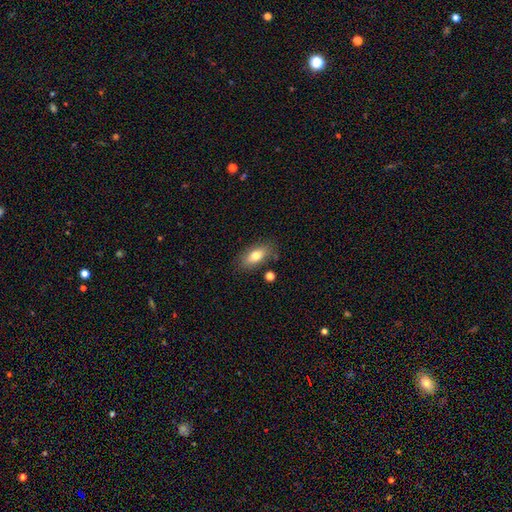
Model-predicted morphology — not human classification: smooth-or-featured: smooth: 73% | featured or disk: 19% | star or artifact: 8%
  how-rounded: in between: 83% | cigar-shaped: 12% | round: 5%
  merging: none: 80% | minor disturbance: 13% | merger: 4% | major disturbance: 3%